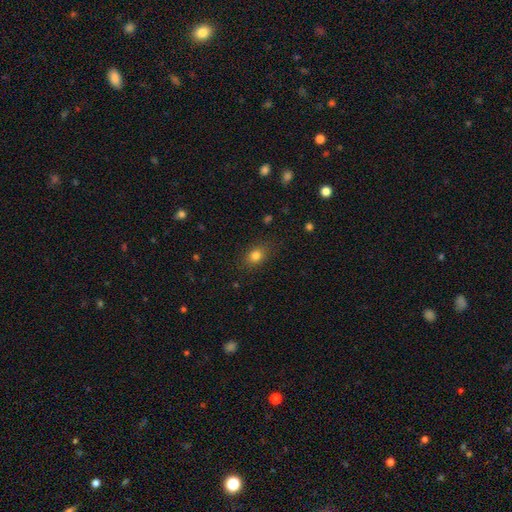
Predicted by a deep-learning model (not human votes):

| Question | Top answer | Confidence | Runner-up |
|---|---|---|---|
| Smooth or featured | smooth | 80% | star or artifact (12%) |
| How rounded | in between | 62% | round (36%) |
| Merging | none | 83% | minor disturbance (12%) |